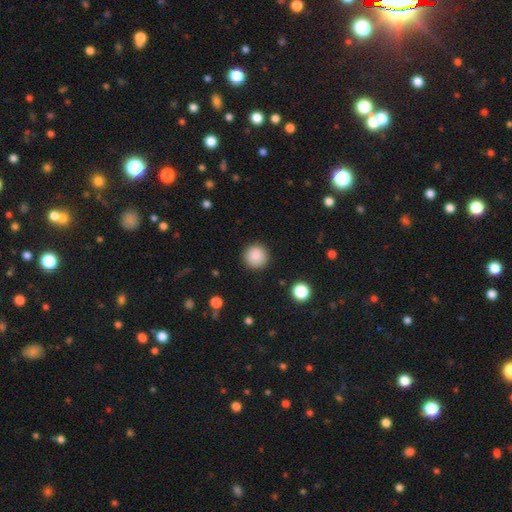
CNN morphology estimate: Smooth or featured: smooth — 88% (star or artifact — 9%)
How rounded: round — 96% (in between — 4%)
Merging: none — 91% (minor disturbance — 6%)